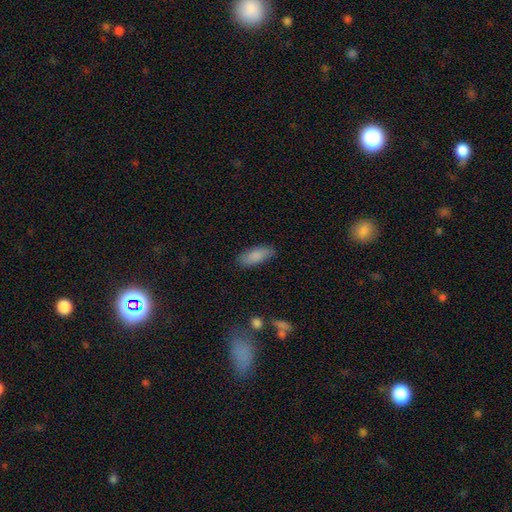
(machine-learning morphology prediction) type=smooth (86%); roundness=in between (78%); merging=none (83%).